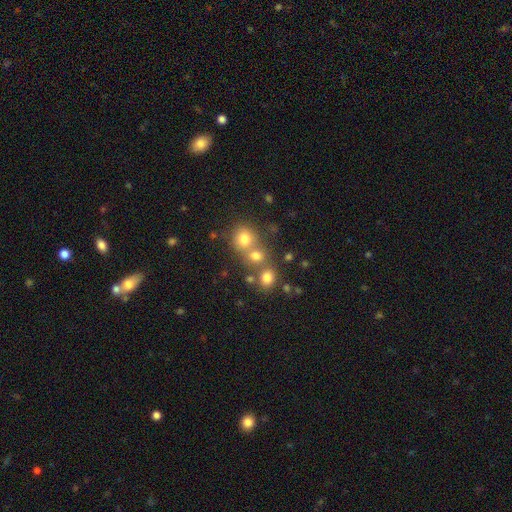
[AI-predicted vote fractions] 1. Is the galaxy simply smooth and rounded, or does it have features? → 74% smooth, 15% star or artifact, 11% featured or disk.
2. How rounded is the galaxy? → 77% round, 22% in between, 1% cigar-shaped.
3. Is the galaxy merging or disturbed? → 48% none, 41% merger, 7% minor disturbance, 4% major disturbance.